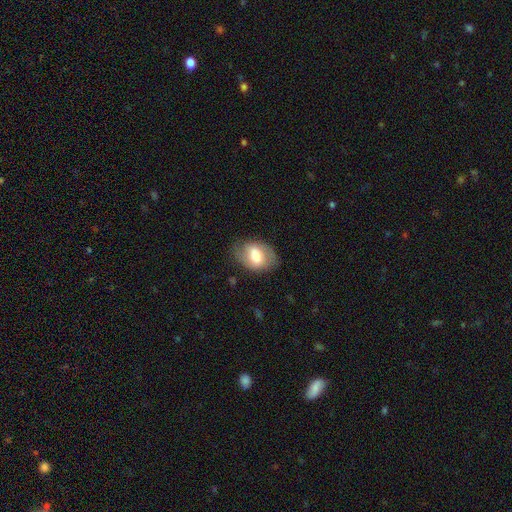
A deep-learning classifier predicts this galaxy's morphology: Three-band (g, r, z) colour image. It shows a smooth galaxy with no disk features (57%) that is in between round and cigar-shaped (82%). Merging: none (71%).